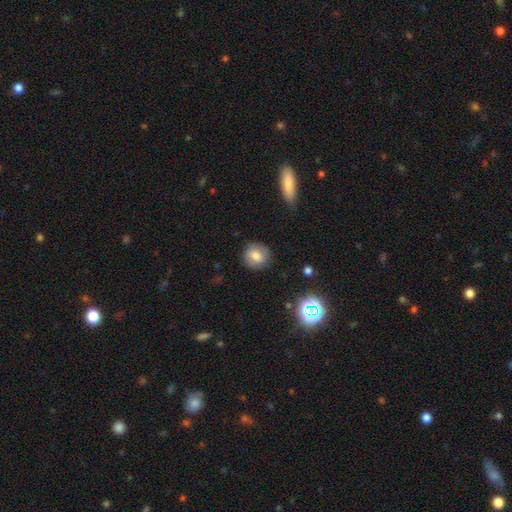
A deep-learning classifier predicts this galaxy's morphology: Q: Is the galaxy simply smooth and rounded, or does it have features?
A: smooth — 66%.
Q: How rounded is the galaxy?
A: round — 81%.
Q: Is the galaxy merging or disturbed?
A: none — 83%.